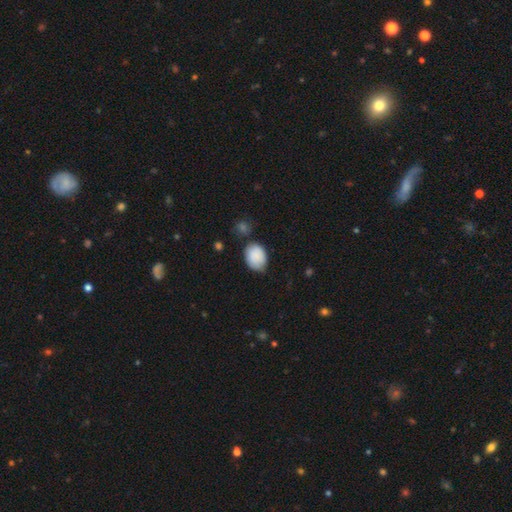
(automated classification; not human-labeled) smooth-or-featured: smooth: 86% | featured or disk: 7% | star or artifact: 7%
  how-rounded: in between: 71% | round: 28% | cigar-shaped: 1%
  merging: none: 60% | minor disturbance: 28% | major disturbance: 6% | merger: 6%